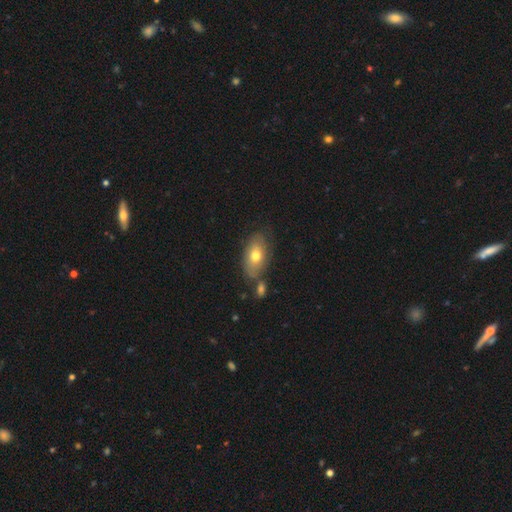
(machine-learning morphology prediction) Q: Smooth or featured?
A: smooth (68%); runner-up: featured or disk (24%)
Q: How rounded?
A: in between (90%); runner-up: round (7%)
Q: Merging?
A: none (65%); runner-up: minor disturbance (17%)